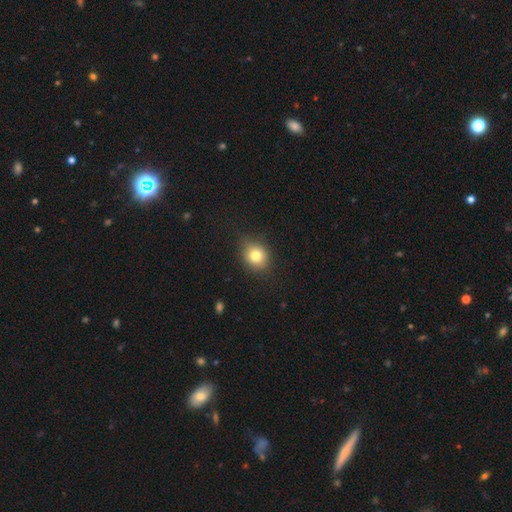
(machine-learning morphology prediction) smooth 78%, star or artifact 12%, featured or disk 11%. Down the decision tree: how rounded — round (68%); merging — none (78%).